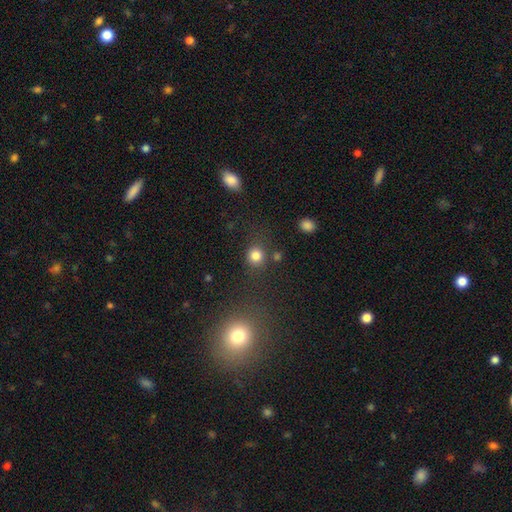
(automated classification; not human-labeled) Smooth or featured? smooth (81%)
How rounded? round (85%)
Merging? none (76%)